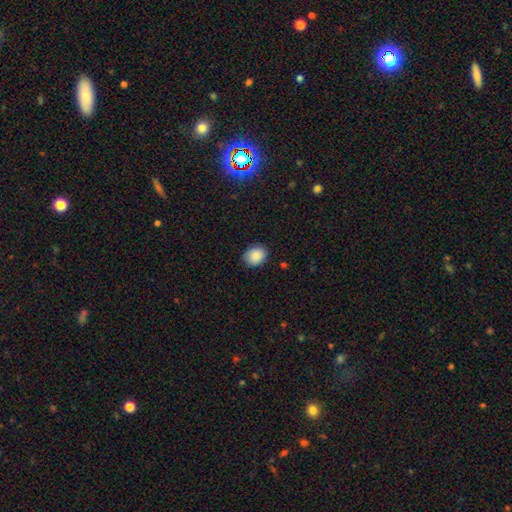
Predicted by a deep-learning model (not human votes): Smooth or featured?
  - smooth: 89% *
  - star or artifact: 8%
  - featured or disk: 4%
How rounded?
  - round: 50% *
  - in between: 49%
  - cigar-shaped: 1%
Merging?
  - none: 87% *
  - minor disturbance: 10%
  - major disturbance: 2%
  - merger: 1%